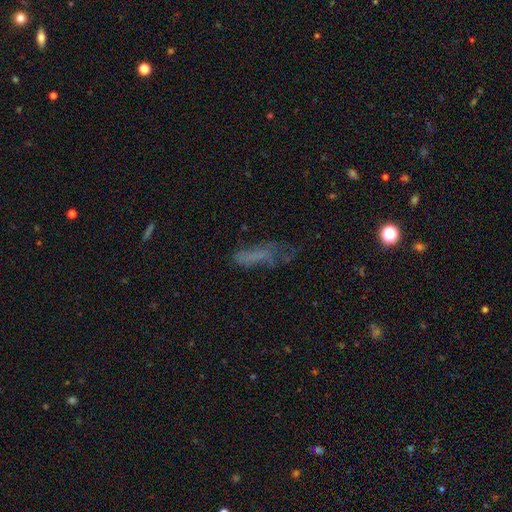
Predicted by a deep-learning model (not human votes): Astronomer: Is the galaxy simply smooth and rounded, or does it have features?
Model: smooth — 52% (runner-up: featured or disk, 28%).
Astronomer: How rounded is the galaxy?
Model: cigar-shaped — 51% (runner-up: in between, 46%).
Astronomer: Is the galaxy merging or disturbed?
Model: none — 38% (runner-up: major disturbance, 32%).